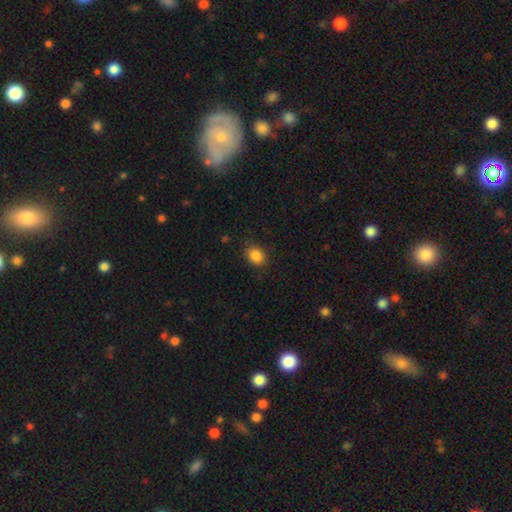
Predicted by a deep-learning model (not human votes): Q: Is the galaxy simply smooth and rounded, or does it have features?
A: smooth — 87%.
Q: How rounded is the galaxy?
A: in between — 57%.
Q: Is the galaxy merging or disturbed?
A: none — 82%.